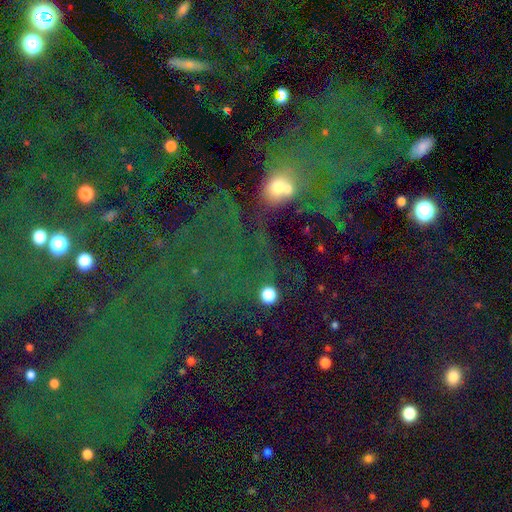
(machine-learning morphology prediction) star or artifact 59%, smooth 23%, featured or disk 18%.